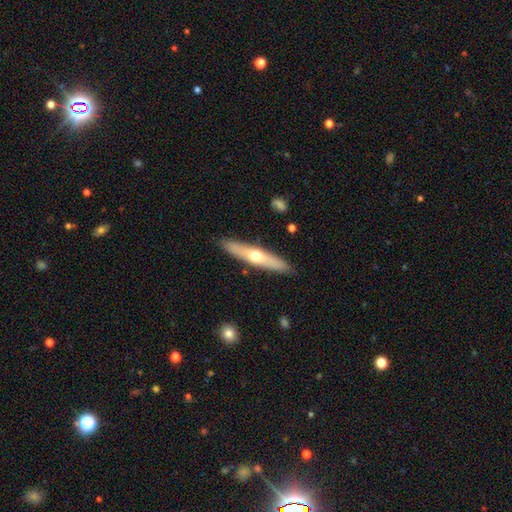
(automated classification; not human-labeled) The model was most divided on "smooth or featured": featured or disk: 51%, smooth: 44%, star or artifact: 5%. More confident: merging — none (89%); edge-on disk — yes (87%).